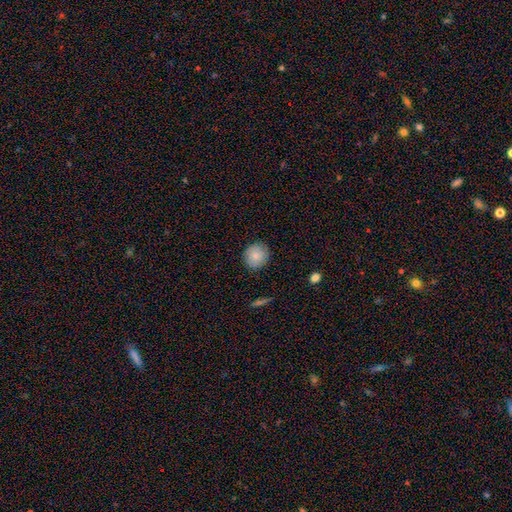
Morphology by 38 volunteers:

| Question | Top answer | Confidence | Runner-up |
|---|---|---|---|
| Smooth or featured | smooth | 82% | featured or disk (11%) |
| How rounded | round | 94% | in between (6%) |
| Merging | none | 91% | minor disturbance (9%) |